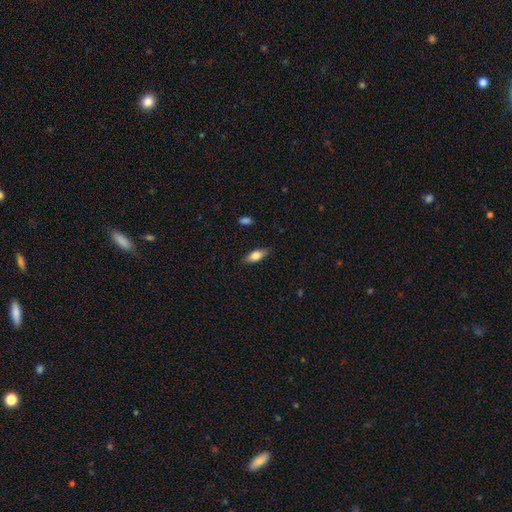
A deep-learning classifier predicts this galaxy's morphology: type=smooth (76%); roundness=in between (78%); merging=none (84%).